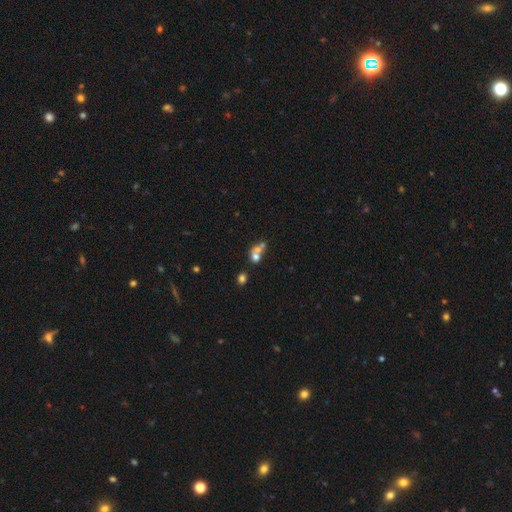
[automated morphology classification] smooth 61%, featured or disk 24%, star or artifact 16%. Down the decision tree: how rounded — round (56%); merging — merger (58%).